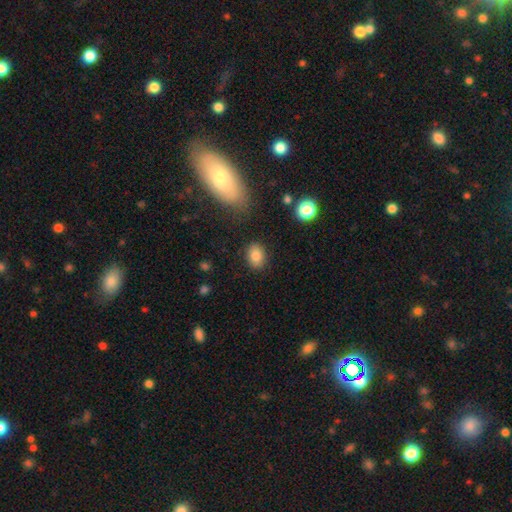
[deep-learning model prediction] Smooth or featured: smooth — 82% (star or artifact — 10%)
How rounded: in between — 66% (round — 33%)
Merging: none — 85% (minor disturbance — 10%)